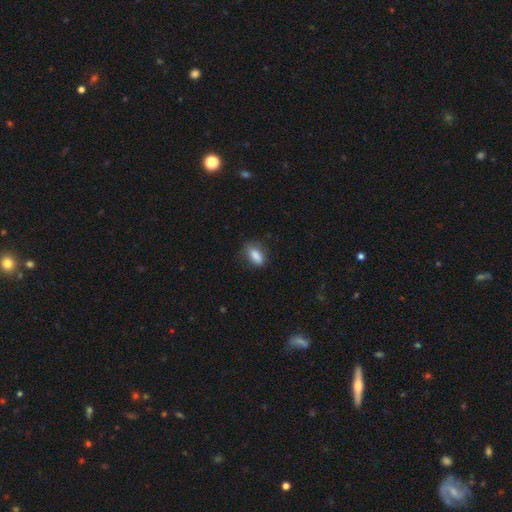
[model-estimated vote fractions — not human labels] Smooth or featured? Predicted: smooth (p=0.85). How rounded? Predicted: in between (p=0.83). Merging? Predicted: none (p=0.71).